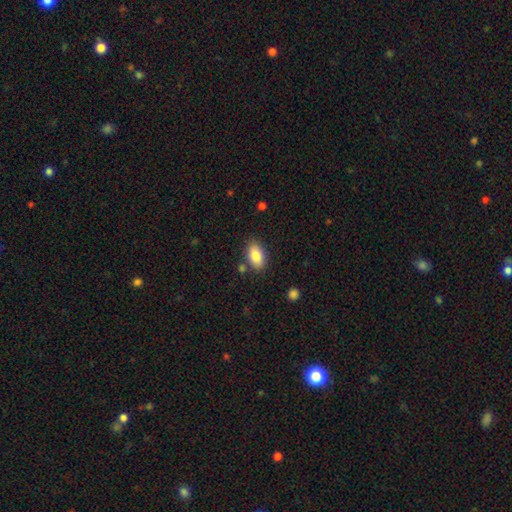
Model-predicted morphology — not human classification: Smooth or featured?
  - smooth: 83% *
  - featured or disk: 10%
  - star or artifact: 7%
How rounded?
  - in between: 92% *
  - round: 6%
  - cigar-shaped: 2%
Merging?
  - none: 82% *
  - minor disturbance: 11%
  - merger: 4%
  - major disturbance: 3%